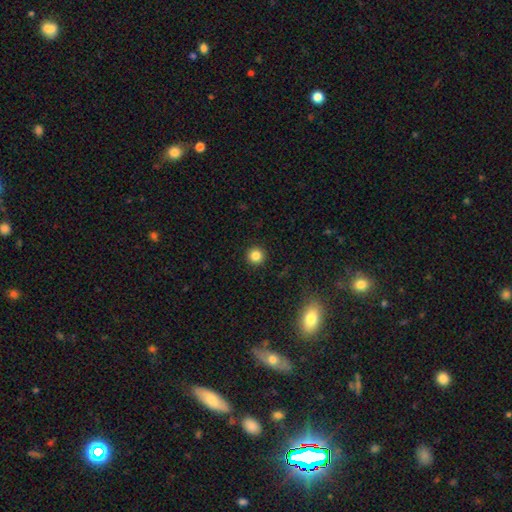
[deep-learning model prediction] Morphology: type=smooth (84%); roundness=round (95%); merging=none (93%).